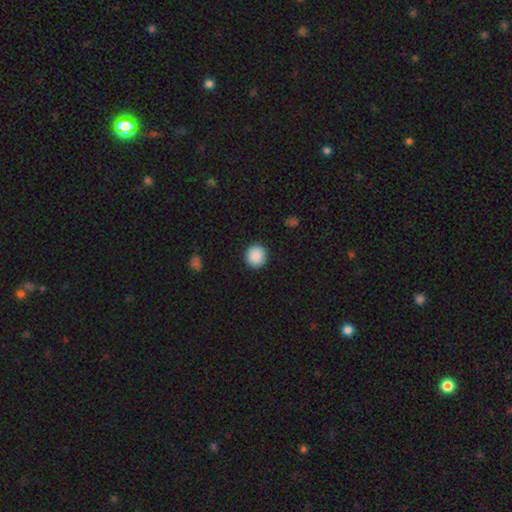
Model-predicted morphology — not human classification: Q: Smooth or featured?
A: smooth (89%); runner-up: star or artifact (8%)
Q: How rounded?
A: round (93%); runner-up: in between (6%)
Q: Merging?
A: none (92%); runner-up: minor disturbance (5%)